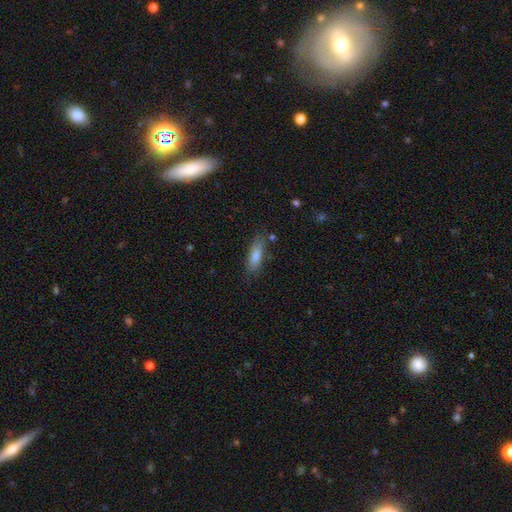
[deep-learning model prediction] smooth_or_featured: smooth (p=0.74) [alt: featured or disk p=0.18]
how_rounded: cigar-shaped (p=0.53) [alt: in between p=0.45]
merging: none (p=0.78) [alt: minor disturbance p=0.16]